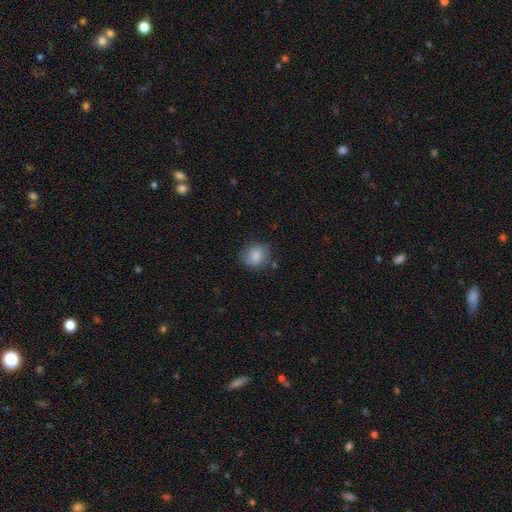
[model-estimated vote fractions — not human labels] Smooth or featured? Predicted: smooth (p=0.81). How rounded? Predicted: round (p=0.69). Merging? Predicted: none (p=0.74).